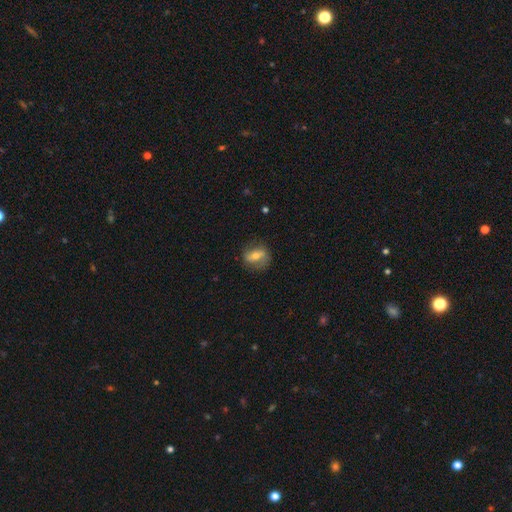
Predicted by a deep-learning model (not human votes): Overall: featured or disk (49%; smooth 43%). Merging: none (75%).